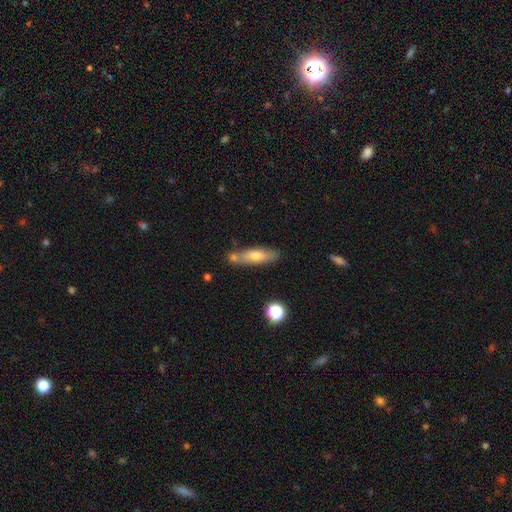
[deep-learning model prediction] This appears to be a smooth galaxy with no disk features (62%) that is cigar-shaped (63%). Merging: none (69%).